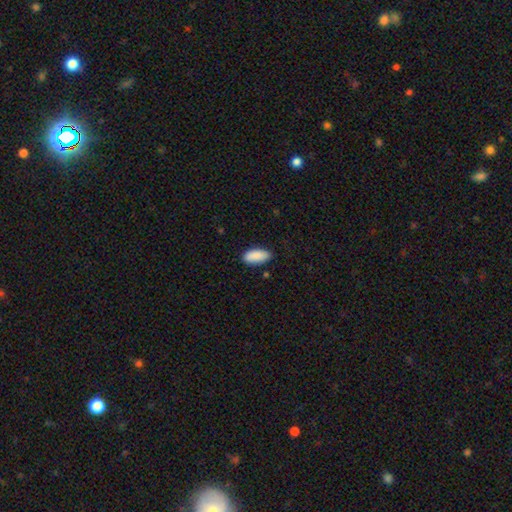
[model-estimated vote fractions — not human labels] A smooth galaxy with no disk features (90%) that is in between round and cigar-shaped (87%). Merging: none (82%).